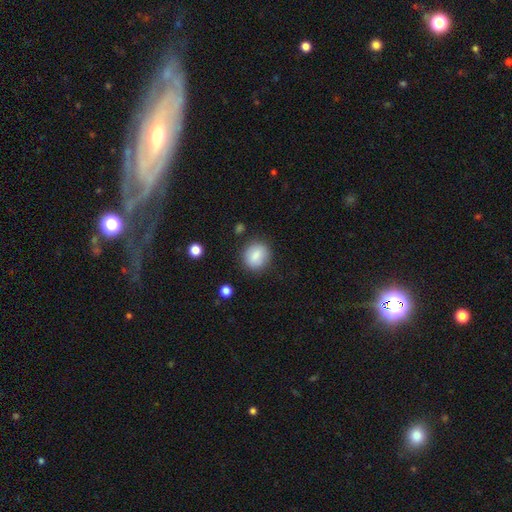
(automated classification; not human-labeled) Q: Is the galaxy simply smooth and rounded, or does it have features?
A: smooth — 85%.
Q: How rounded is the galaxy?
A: round — 73%.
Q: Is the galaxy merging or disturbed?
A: none — 83%.